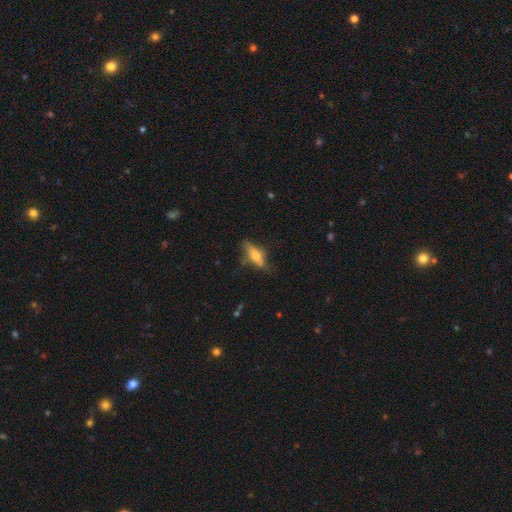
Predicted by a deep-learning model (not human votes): Smooth or featured? smooth (51%)
How rounded? in between (56%)
Merging? none (57%)